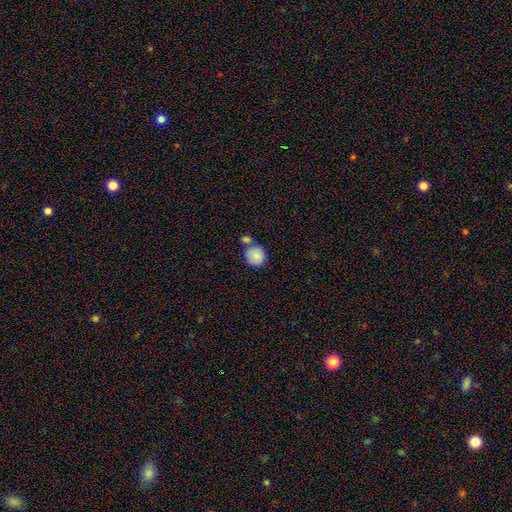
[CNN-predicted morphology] smooth 87%, star or artifact 8%, featured or disk 6%. Down the decision tree: how rounded — round (89%); merging — none (59%).